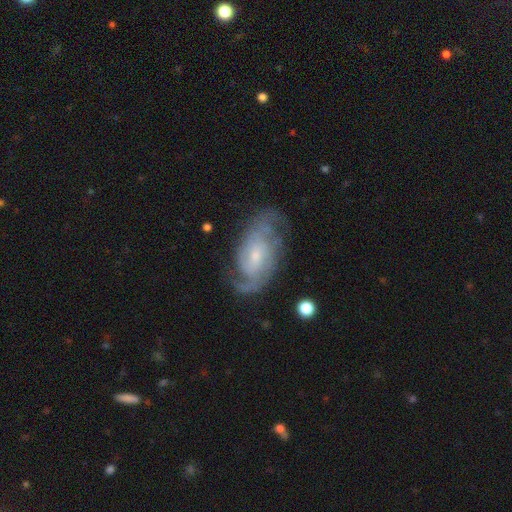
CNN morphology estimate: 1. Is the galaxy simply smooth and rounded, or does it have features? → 86% featured or disk, 9% smooth, 5% star or artifact.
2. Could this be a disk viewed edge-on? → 96% no, 4% yes.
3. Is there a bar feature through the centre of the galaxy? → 54% no, 39% weak, 7% strong.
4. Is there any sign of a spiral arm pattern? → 96% yes, 4% no.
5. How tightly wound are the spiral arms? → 44% tight, 42% medium, 14% loose.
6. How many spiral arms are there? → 59% 2, 18% can't tell, 12% 3, 4% 1, 4% 4, 3% more than 4.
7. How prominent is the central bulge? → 62% small, 31% moderate, 4% none, 2% large, 1% dominant.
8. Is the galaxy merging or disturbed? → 70% none, 19% minor disturbance, 10% major disturbance, 2% merger.